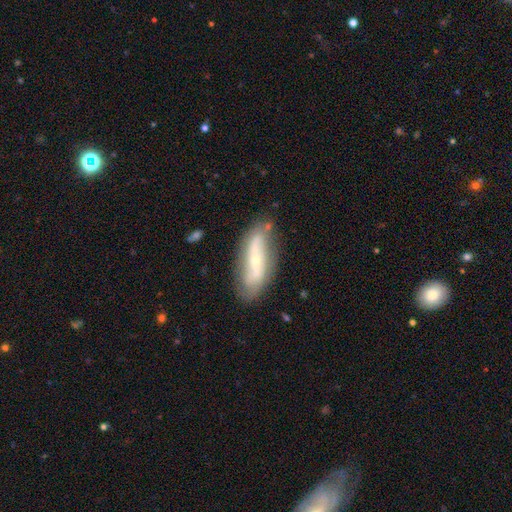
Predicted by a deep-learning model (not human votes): smooth_or_featured: featured or disk (p=0.65) [alt: smooth p=0.27]
disk_edge_on: no (p=0.78) [alt: yes p=0.22]
bar: strong (p=0.37) [alt: weak p=0.32]
has_spiral_arms: yes (p=0.74) [alt: no p=0.26]
bulge_size: small (p=0.69) [alt: moderate p=0.24]
merging: none (p=0.75) [alt: minor disturbance p=0.18]